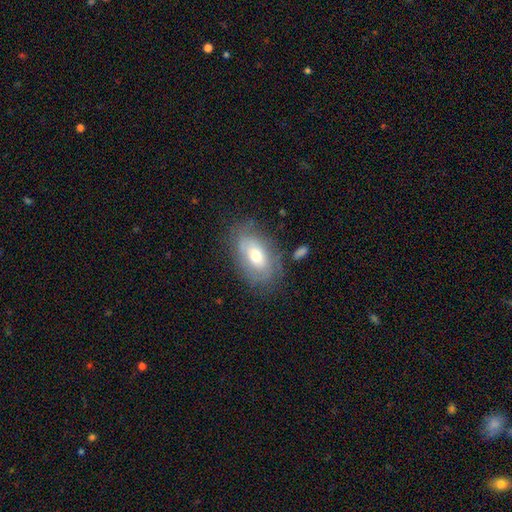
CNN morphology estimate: A smooth galaxy with no disk features (52%) that is in between round and cigar-shaped (88%).

Vote fractions:
- Smooth or featured? smooth: 52% / featured or disk: 40% / star or artifact: 8%
- How rounded? in between: 88% / round: 9% / cigar-shaped: 2%
- Merging? none: 68% / minor disturbance: 21% / major disturbance: 8% / merger: 3%